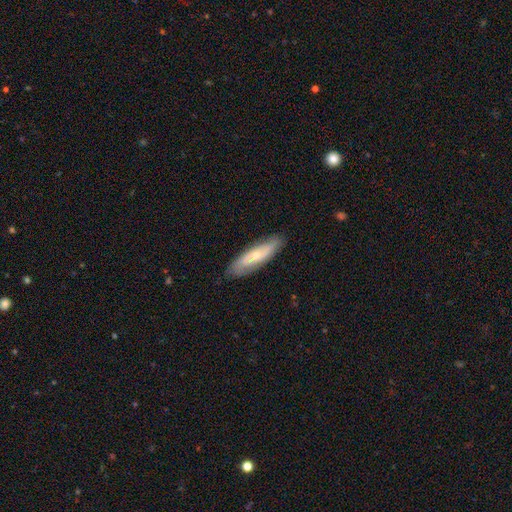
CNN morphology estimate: Smooth or featured: featured or disk — 53% (smooth — 41%)
Edge-on disk: no — 65% (yes — 35%)
Merging: none — 83% (minor disturbance — 13%)